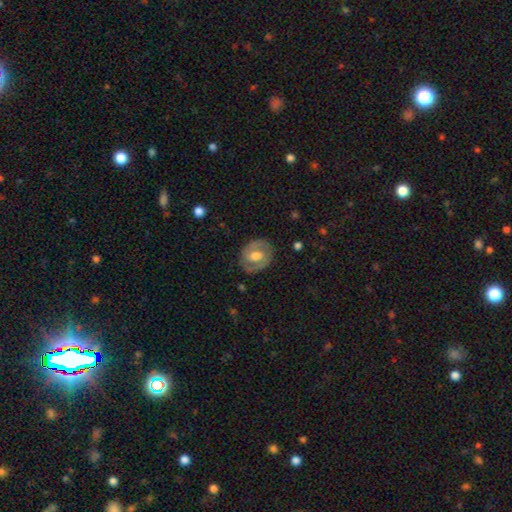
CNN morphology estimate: Q: Smooth or featured?
A: featured or disk (62%); runner-up: smooth (33%)
Q: Edge-on disk?
A: no (96%); runner-up: yes (4%)
Q: Bar?
A: weak (44%); runner-up: no (35%)
Q: Spiral arms?
A: yes (61%); runner-up: no (39%)
Q: Bulge size?
A: moderate (63%); runner-up: large (23%)
Q: Merging?
A: none (81%); runner-up: minor disturbance (13%)